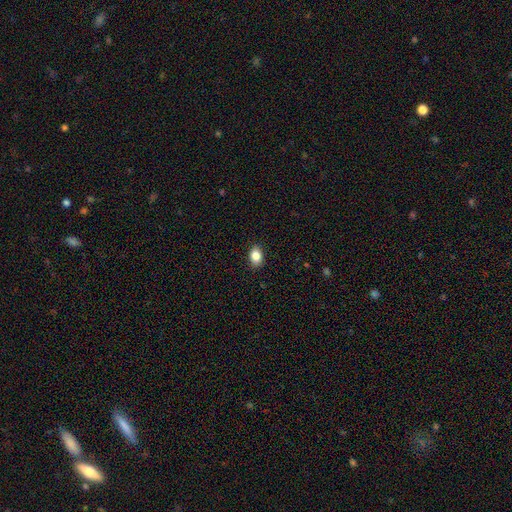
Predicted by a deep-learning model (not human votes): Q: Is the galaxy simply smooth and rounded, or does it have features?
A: smooth — 86%.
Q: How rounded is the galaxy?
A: in between — 79%.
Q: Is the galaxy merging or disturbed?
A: none — 88%.